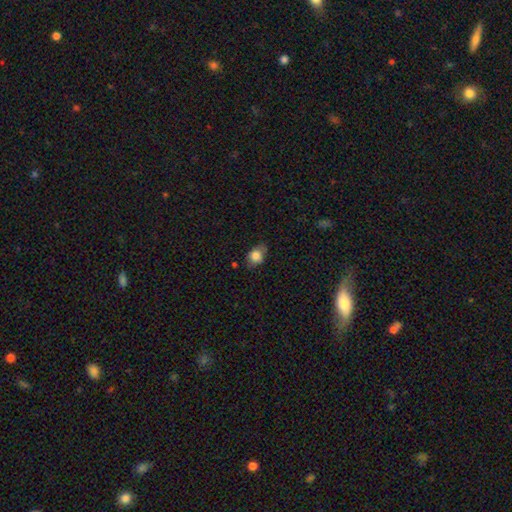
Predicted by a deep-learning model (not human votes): A smooth galaxy with no disk features (80%) that is in between round and cigar-shaped (61%).

Vote fractions:
- Smooth or featured? smooth: 80% / featured or disk: 11% / star or artifact: 9%
- How rounded? in between: 61% / round: 37% / cigar-shaped: 2%
- Merging? none: 61% / minor disturbance: 30% / major disturbance: 7% / merger: 2%